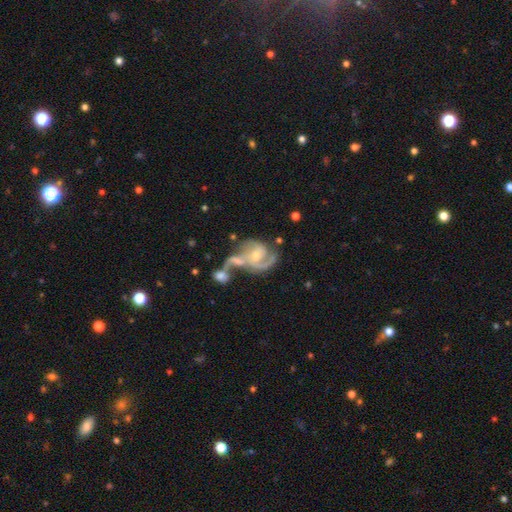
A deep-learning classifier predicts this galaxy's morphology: Overall: featured or disk (88%). Edge-on disk: no (98%). Bar: no (58%; weak 33%). Spiral arms: yes (96%). Spiral arm count: 2 (59%). Spiral winding: medium (50%; tight 32%). Bulge size: moderate (48%; small 47%). Merging: merger (40%; none 27%).